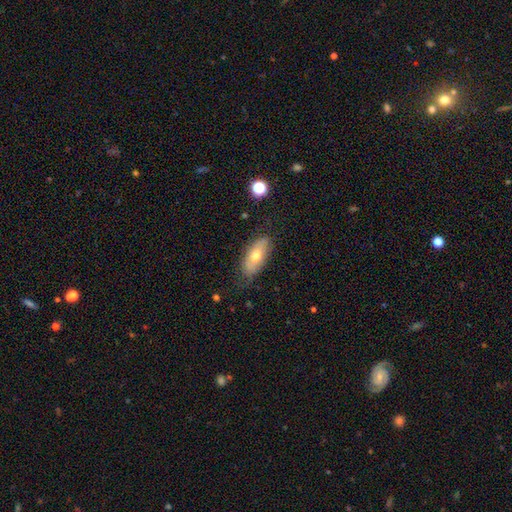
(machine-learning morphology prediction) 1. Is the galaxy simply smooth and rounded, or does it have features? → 55% smooth, 37% featured or disk, 8% star or artifact.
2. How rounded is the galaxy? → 86% in between, 11% cigar-shaped, 4% round.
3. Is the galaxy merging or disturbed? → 73% none, 21% minor disturbance, 5% major disturbance, 1% merger.